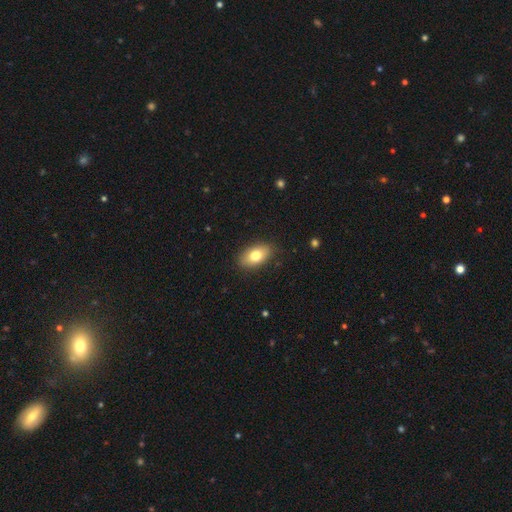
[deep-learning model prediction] This is likely a smooth galaxy (77%). How rounded: clearly in between (91%). Merging: clearly none (87%).